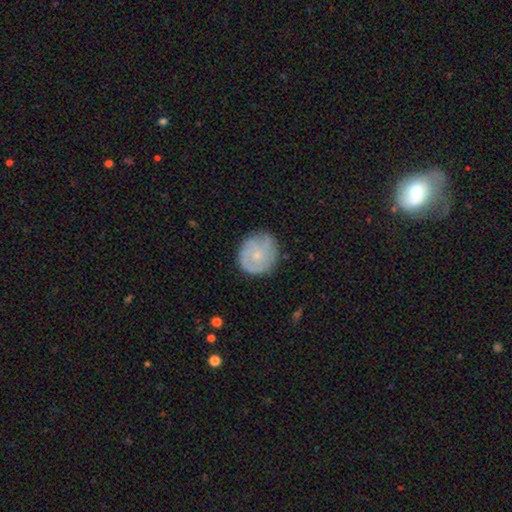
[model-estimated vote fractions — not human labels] Smooth or featured? Predicted: smooth (p=0.47, tied with featured or disk). Merging? Predicted: none (p=0.72).